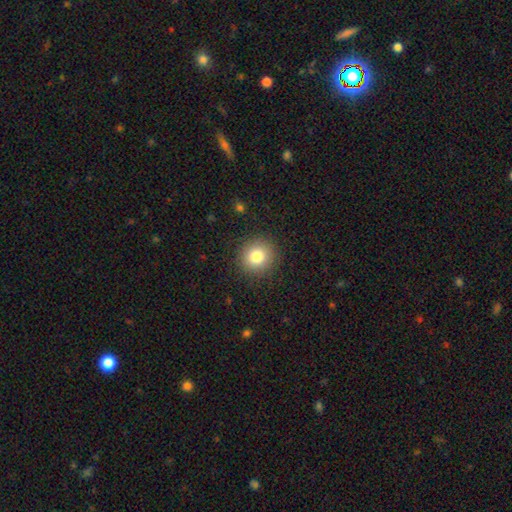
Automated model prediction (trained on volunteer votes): A smooth galaxy with no disk features (83%) that is round (88%).

Vote fractions:
- Smooth or featured? smooth: 83% / star or artifact: 10% / featured or disk: 7%
- How rounded? round: 88% / in between: 11% / cigar-shaped: 1%
- Merging? none: 90% / minor disturbance: 7% / major disturbance: 3% / merger: 1%